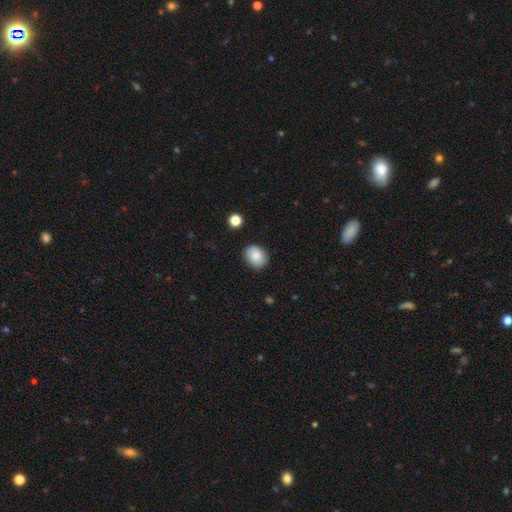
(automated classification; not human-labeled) Morphology: type=smooth (83%); roundness=round (57%); merging=none (84%).